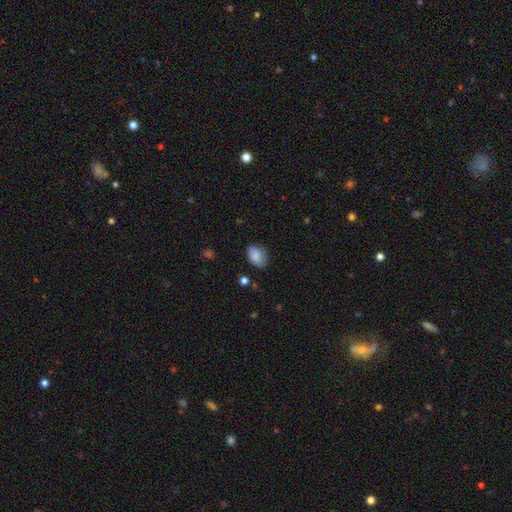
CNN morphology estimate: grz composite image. It shows a smooth galaxy with no disk features (81%) that is in between round and cigar-shaped (85%). Merging: none (64%).